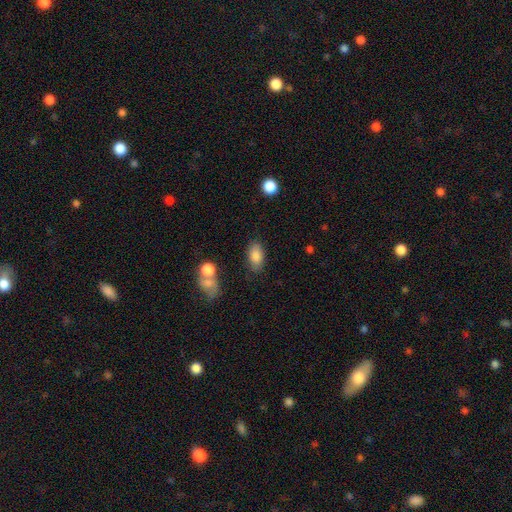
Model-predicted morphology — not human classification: type=smooth (84%); roundness=in between (91%); merging=none (79%).